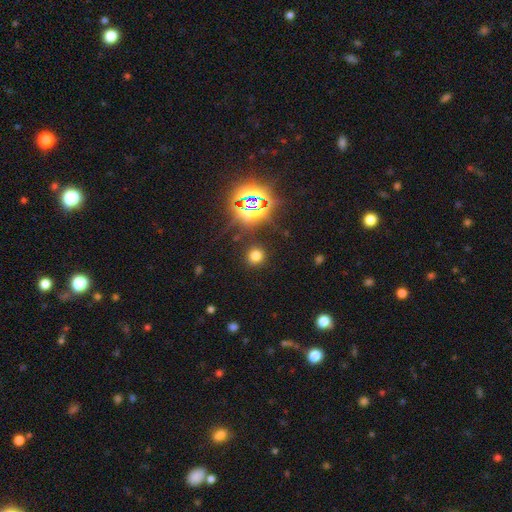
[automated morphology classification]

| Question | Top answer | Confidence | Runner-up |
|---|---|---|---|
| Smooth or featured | smooth | 64% | star or artifact (29%) |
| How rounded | round | 88% | in between (11%) |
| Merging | none | 88% | minor disturbance (7%) |